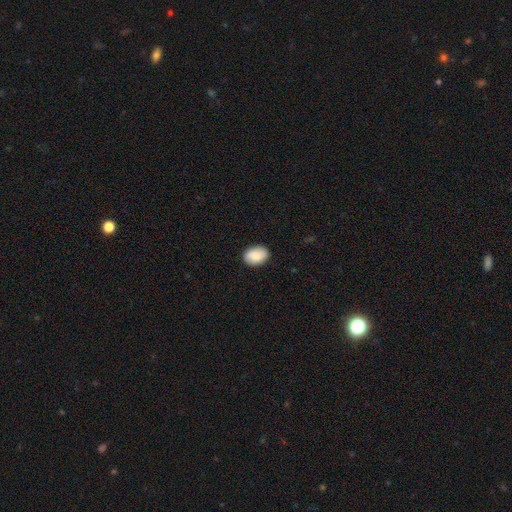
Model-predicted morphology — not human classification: The model was most divided on "how rounded": in between: 76%, round: 23%, cigar-shaped: 1%. More confident: merging — none (87%); smooth or featured — smooth (78%).